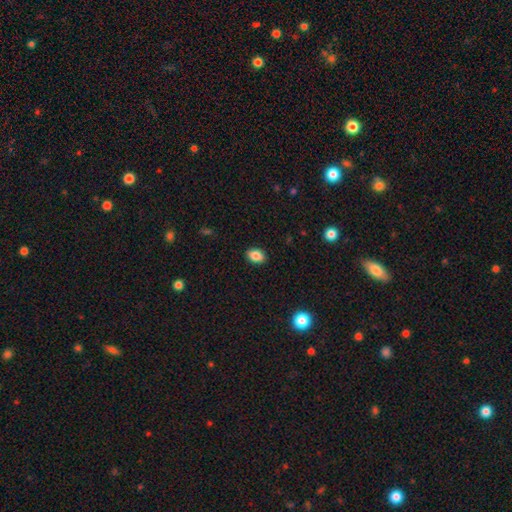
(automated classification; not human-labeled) Smooth or featured: smooth — 86% (star or artifact — 9%)
How rounded: in between — 79% (round — 19%)
Merging: none — 89% (minor disturbance — 8%)